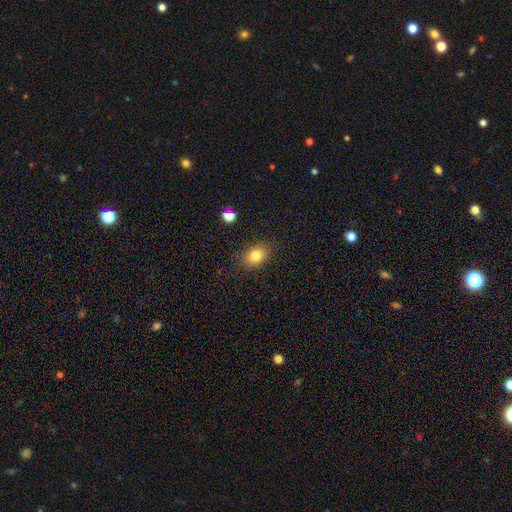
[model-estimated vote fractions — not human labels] smooth_or_featured: smooth (p=0.81) [alt: star or artifact p=0.11]
how_rounded: in between (p=0.70) [alt: round p=0.29]
merging: none (p=0.83) [alt: minor disturbance p=0.12]